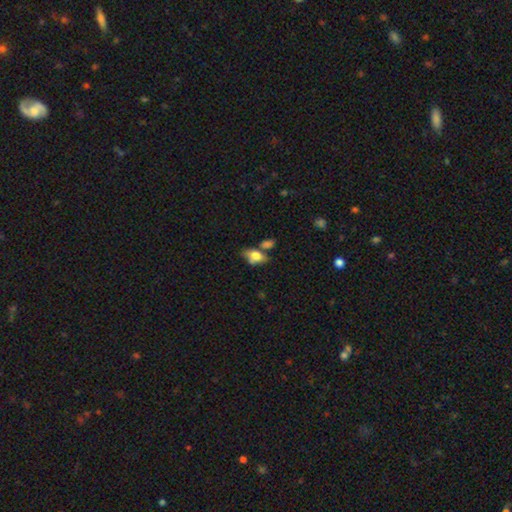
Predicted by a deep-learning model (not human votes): Smooth or featured: smooth — 67% (featured or disk — 23%)
How rounded: in between — 84% (round — 11%)
Merging: none — 45% (merger — 24%)